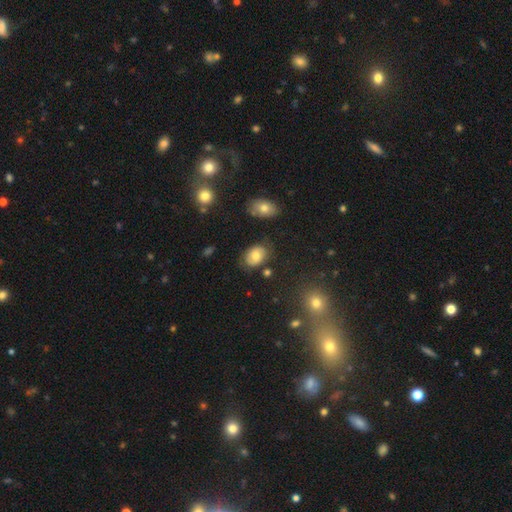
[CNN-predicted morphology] This appears to be a smooth galaxy with no disk features (62%) that is in between round and cigar-shaped (78%). Merging: none (75%).